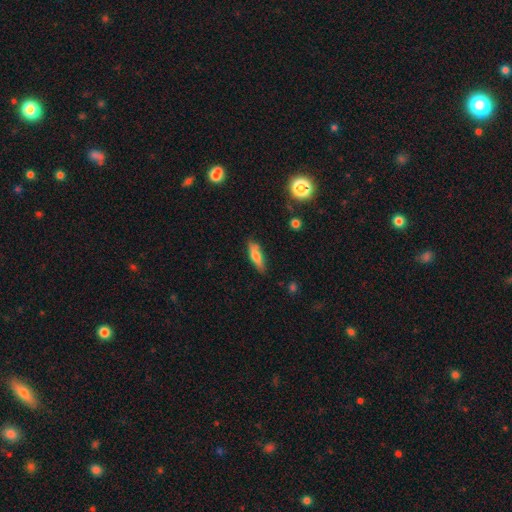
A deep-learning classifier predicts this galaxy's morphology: smooth 69%, featured or disk 23%, star or artifact 7%. Down the decision tree: how rounded — cigar-shaped (57%); merging — none (80%).